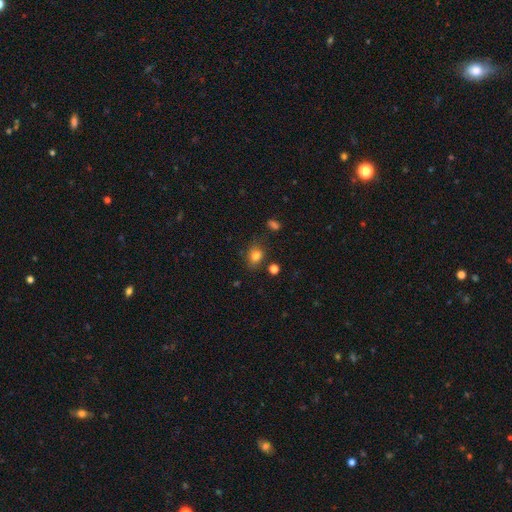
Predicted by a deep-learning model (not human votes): Smooth or featured: smooth — 80% (star or artifact — 12%)
How rounded: in between — 58% (round — 41%)
Merging: none — 73% (minor disturbance — 18%)